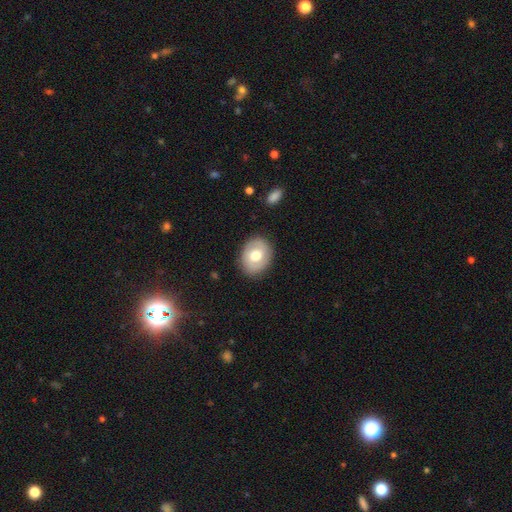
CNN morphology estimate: A smooth galaxy with no disk features (62%) that is round (51%).

Vote fractions:
- Smooth or featured? smooth: 62% / featured or disk: 31% / star or artifact: 7%
- How rounded? round: 51% / in between: 48% / cigar-shaped: 1%
- Merging? none: 85% / minor disturbance: 11% / major disturbance: 3% / merger: 1%